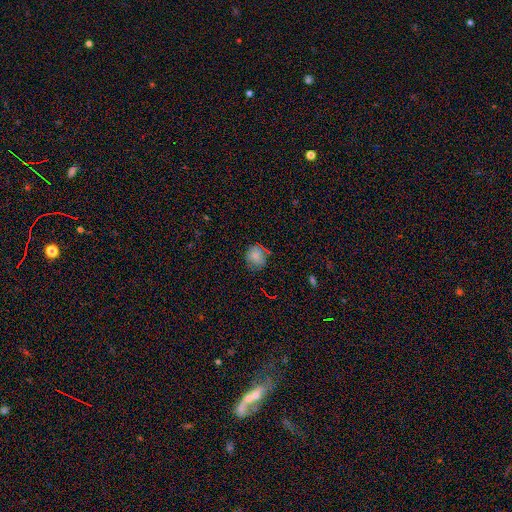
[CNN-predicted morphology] Smooth or featured?
  - smooth: 78% *
  - star or artifact: 13%
  - featured or disk: 8%
How rounded?
  - round: 80% *
  - in between: 19%
  - cigar-shaped: 1%
Merging?
  - none: 73% *
  - minor disturbance: 20%
  - major disturbance: 5%
  - merger: 2%